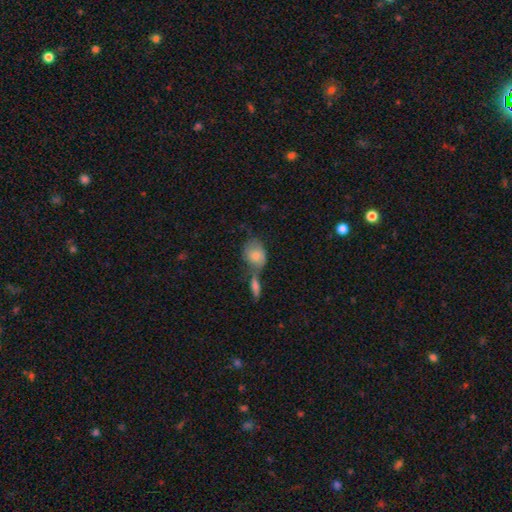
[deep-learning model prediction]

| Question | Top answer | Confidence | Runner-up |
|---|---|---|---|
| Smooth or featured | smooth | 74% | featured or disk (18%) |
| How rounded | in between | 64% | round (33%) |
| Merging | merger | 41% | none (36%) |